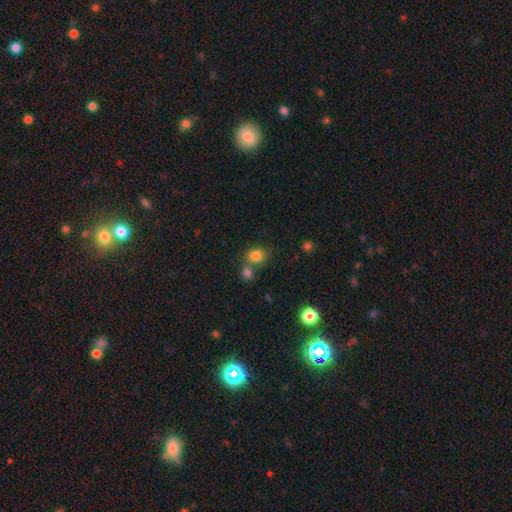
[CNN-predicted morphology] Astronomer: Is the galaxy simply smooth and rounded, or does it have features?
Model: smooth — 82%.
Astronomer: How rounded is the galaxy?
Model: round — 73%.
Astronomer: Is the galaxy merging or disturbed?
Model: none — 59%.